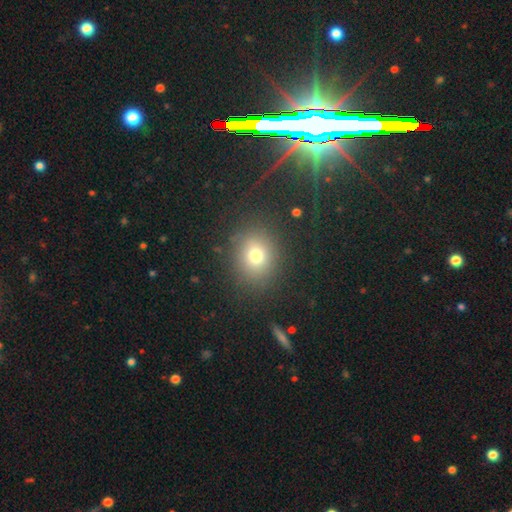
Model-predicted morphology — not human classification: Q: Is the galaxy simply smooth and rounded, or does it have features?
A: smooth — 73%.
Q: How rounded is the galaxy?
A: round — 69%.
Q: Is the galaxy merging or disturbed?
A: none — 85%.